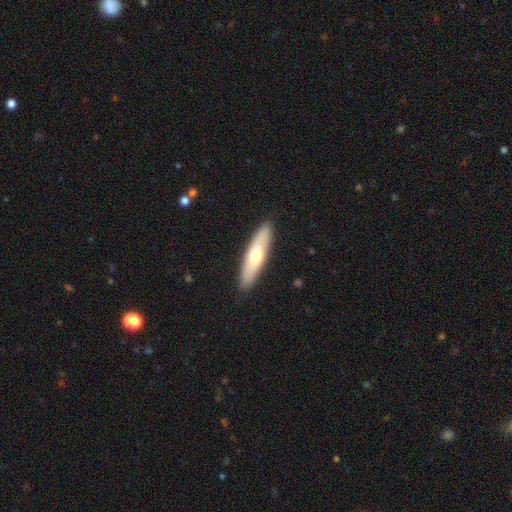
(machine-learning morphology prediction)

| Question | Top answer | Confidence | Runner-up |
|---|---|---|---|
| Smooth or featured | smooth | 57% | featured or disk (38%) |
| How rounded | cigar-shaped | 68% | in between (30%) |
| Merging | none | 89% | minor disturbance (8%) |